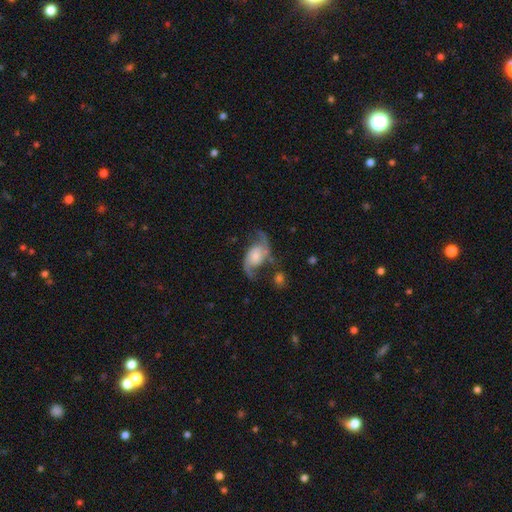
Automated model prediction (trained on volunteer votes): smooth_or_featured: featured or disk (p=0.88) [alt: smooth p=0.07]
disk_edge_on: no (p=0.97) [alt: yes p=0.03]
bar: no (p=0.60) [alt: weak p=0.32]
has_spiral_arms: yes (p=0.97) [alt: no p=0.03]
spiral_winding: loose (p=0.57) [alt: medium p=0.35]
spiral_arm_count: 2 (p=0.93) [alt: can't tell p=0.02]
bulge_size: moderate (p=0.37) [alt: small p=0.35]
merging: none (p=0.66) [alt: minor disturbance p=0.17]